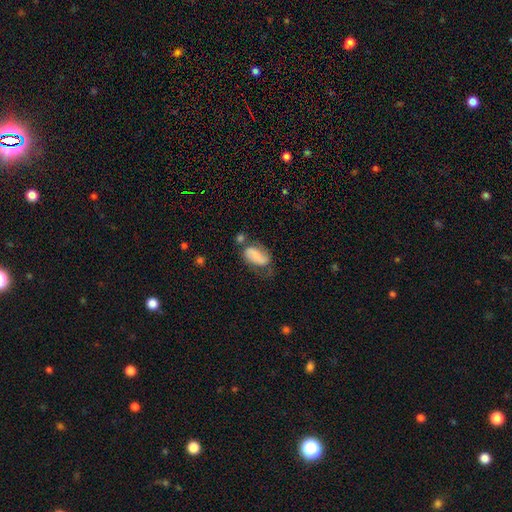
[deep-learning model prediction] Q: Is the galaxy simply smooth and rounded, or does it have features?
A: smooth — 49%.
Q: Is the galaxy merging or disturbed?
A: none — 43%.